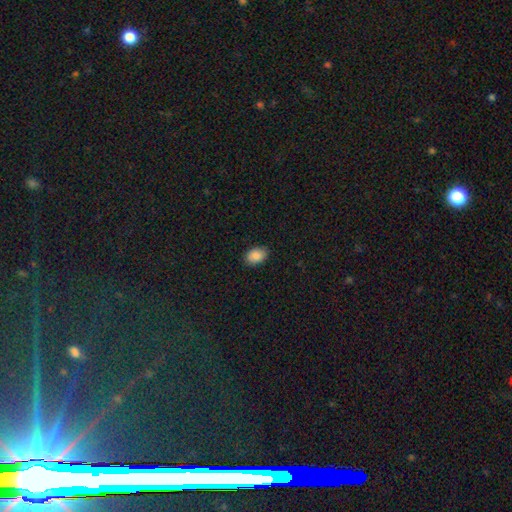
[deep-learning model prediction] Smooth or featured?
  - smooth: 88% *
  - star or artifact: 8%
  - featured or disk: 4%
How rounded?
  - in between: 83% *
  - round: 16%
  - cigar-shaped: 1%
Merging?
  - none: 88% *
  - minor disturbance: 9%
  - major disturbance: 2%
  - merger: 1%